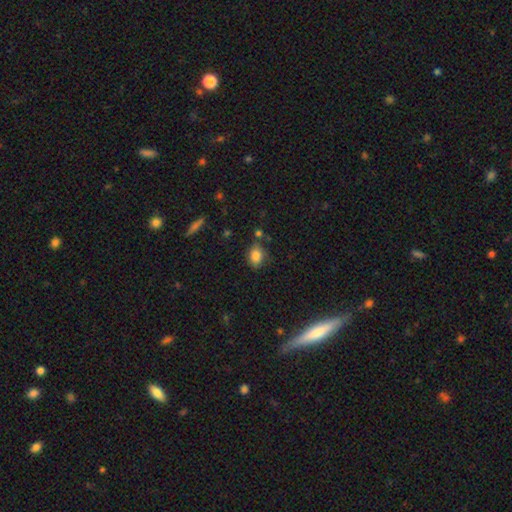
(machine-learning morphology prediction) A smooth galaxy with no disk features (83%) that is in between round and cigar-shaped (69%).

Vote fractions:
- Smooth or featured? smooth: 83% / star or artifact: 10% / featured or disk: 7%
- How rounded? in between: 69% / round: 30% / cigar-shaped: 2%
- Merging? none: 73% / minor disturbance: 17% / merger: 6% / major disturbance: 4%